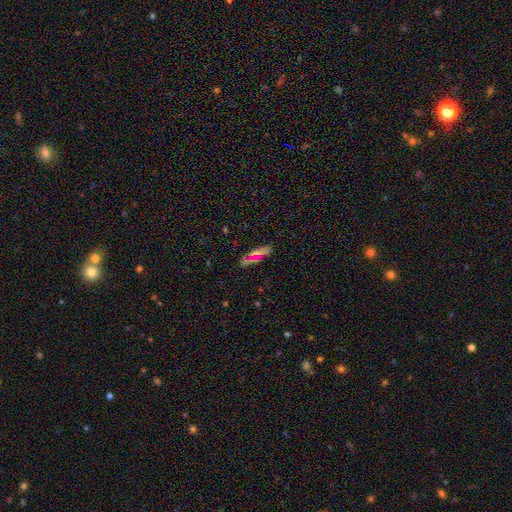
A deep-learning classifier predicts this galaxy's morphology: smooth_or_featured: smooth (p=0.55) [alt: featured or disk p=0.29]
how_rounded: in between (p=0.53) [alt: cigar-shaped p=0.41]
merging: none (p=0.76) [alt: minor disturbance p=0.15]